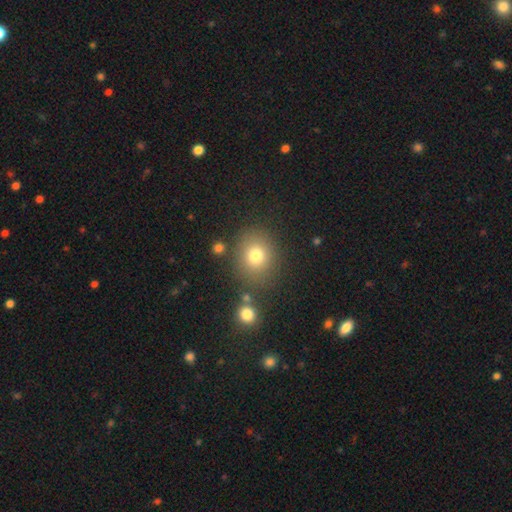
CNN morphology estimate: The model was most divided on "how rounded": round: 75%, in between: 24%, cigar-shaped: 1%. More confident: merging — none (79%); smooth or featured — smooth (77%).